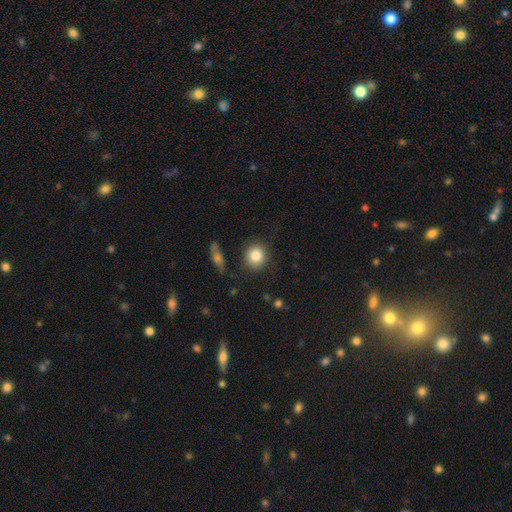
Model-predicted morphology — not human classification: A smooth galaxy with no disk features (83%) that is round (81%). Merging: none (83%).